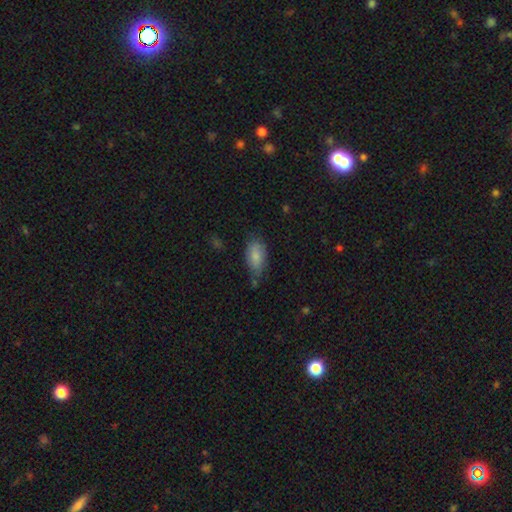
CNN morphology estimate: smooth-or-featured: smooth: 83% | featured or disk: 10% | star or artifact: 7%
  how-rounded: in between: 92% | cigar-shaped: 5% | round: 4%
  merging: none: 55% | minor disturbance: 32% | major disturbance: 8% | merger: 5%